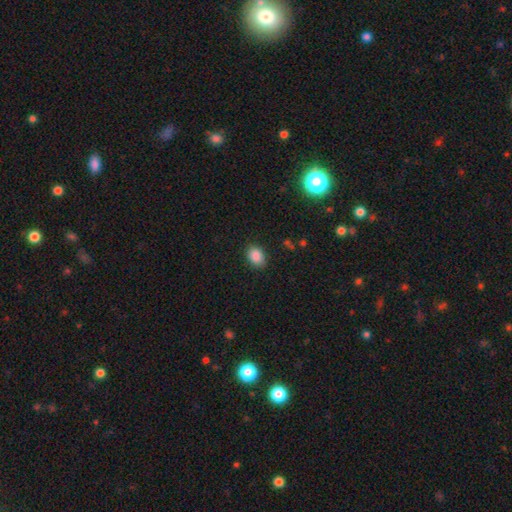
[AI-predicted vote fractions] Smooth or featured: smooth — 87% (star or artifact — 9%)
How rounded: in between — 69% (round — 30%)
Merging: none — 86% (minor disturbance — 10%)